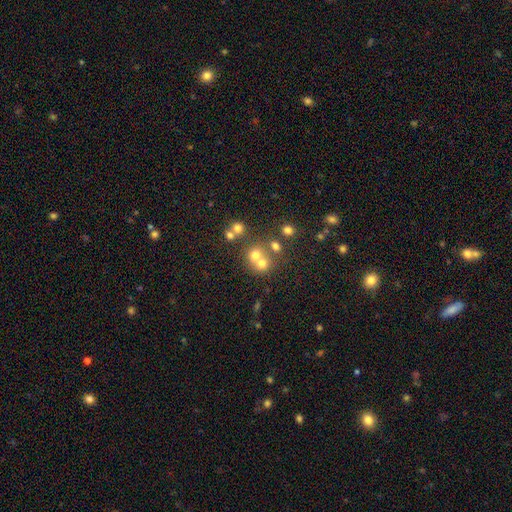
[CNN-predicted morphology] This appears to be a smooth galaxy with no disk features (63%) that is round (82%). Merging: merger (45%).